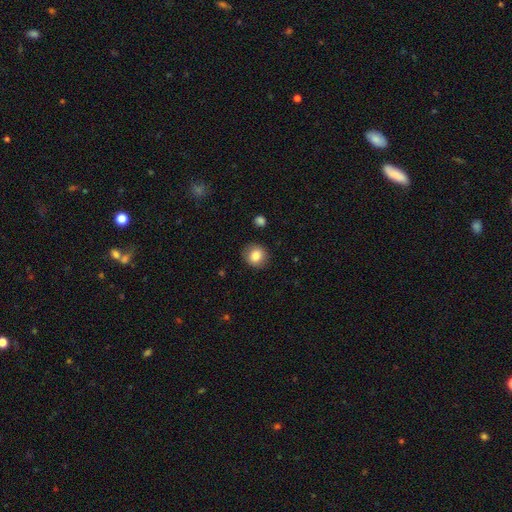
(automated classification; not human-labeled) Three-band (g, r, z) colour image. It shows a smooth galaxy with no disk features (84%) that is round (85%). Merging: none (88%).